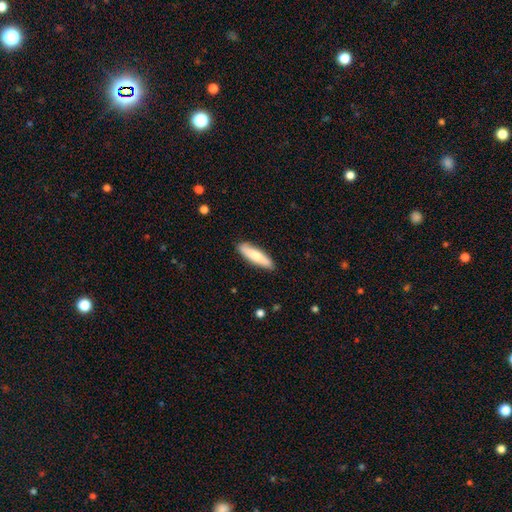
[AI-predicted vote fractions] Smooth or featured? Predicted: smooth (p=0.75). How rounded? Predicted: cigar-shaped (p=0.74). Merging? Predicted: none (p=0.88).